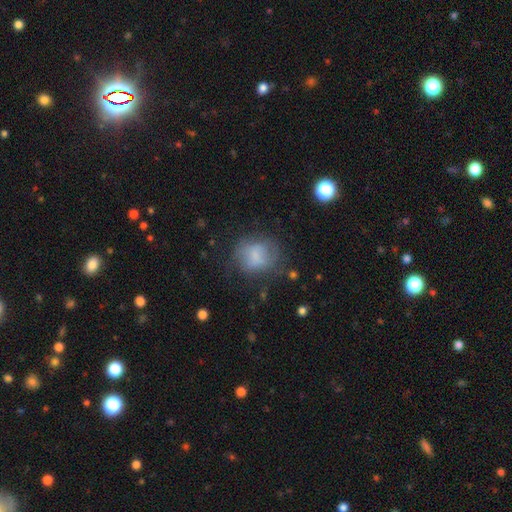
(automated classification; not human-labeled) smooth 66%, featured or disk 24%, star or artifact 10%. Down the decision tree: how rounded — round (68%); merging — none (56%).